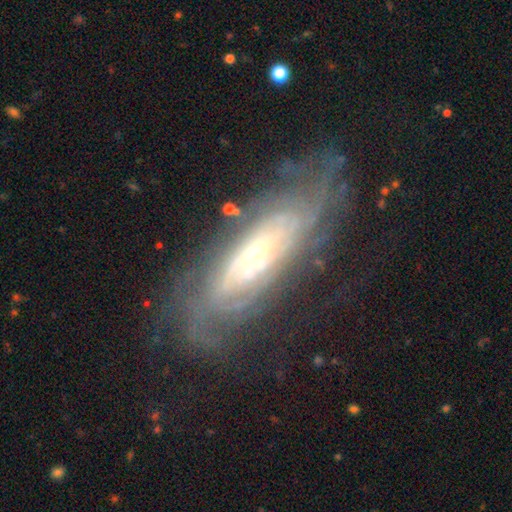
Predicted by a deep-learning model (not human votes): This is clearly a featured or disk galaxy (84%). It is clearly not viewed edge-on (82%). Bar: likely no (65%). Spiral arm pattern: clearly yes (92%). Spiral arm count: possibly can't tell (55%). Spiral winding: likely tight (77%). Central bulge: possibly small (60%). Merging: likely none (72%).